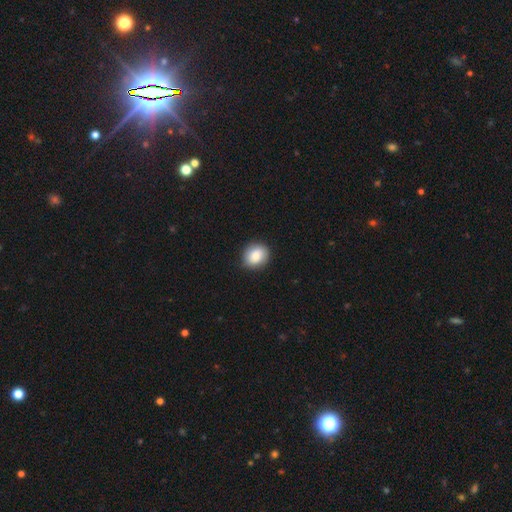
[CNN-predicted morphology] Smooth or featured?
  - smooth: 83% *
  - featured or disk: 10%
  - star or artifact: 7%
How rounded?
  - round: 69% *
  - in between: 30%
  - cigar-shaped: 1%
Merging?
  - none: 83% *
  - minor disturbance: 13%
  - major disturbance: 3%
  - merger: 1%